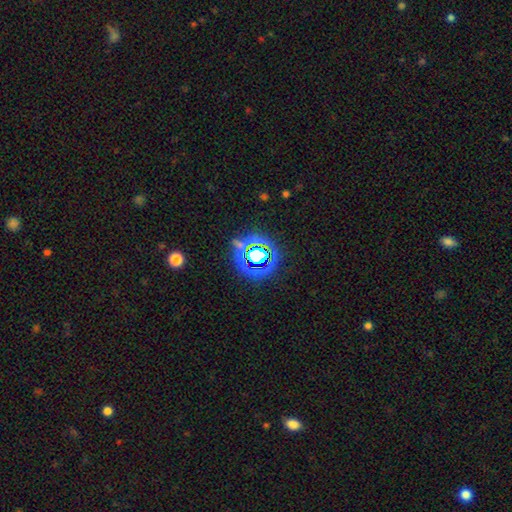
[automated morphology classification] Smooth or featured? Predicted: star or artifact (p=0.66).